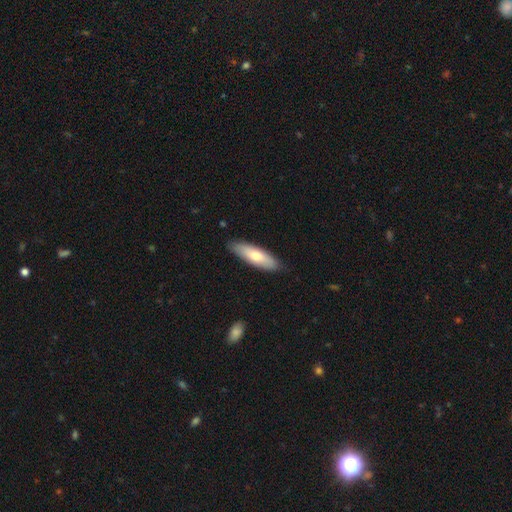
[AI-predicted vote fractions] smooth-or-featured: smooth: 67% | featured or disk: 27% | star or artifact: 5%
  how-rounded: cigar-shaped: 49% (tied) | in between: 49% (tied) | round: 2%
  merging: none: 85% | minor disturbance: 12% | major disturbance: 2% | merger: 1%